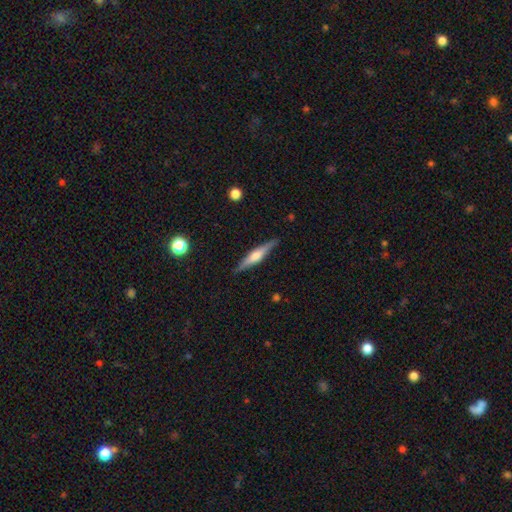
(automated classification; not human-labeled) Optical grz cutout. It shows a featured or disk galaxy (62%) viewed edge-on (96%) with a rounded central bulge (80%). Merging: none (89%).